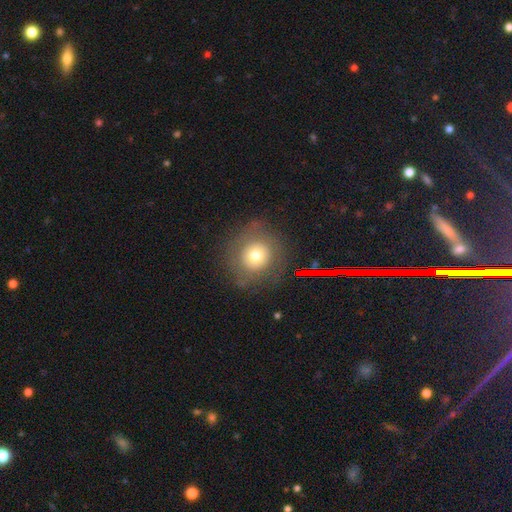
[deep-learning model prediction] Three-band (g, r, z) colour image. It shows a smooth galaxy with no disk features (64%) that is round (89%). Merging: none (74%).